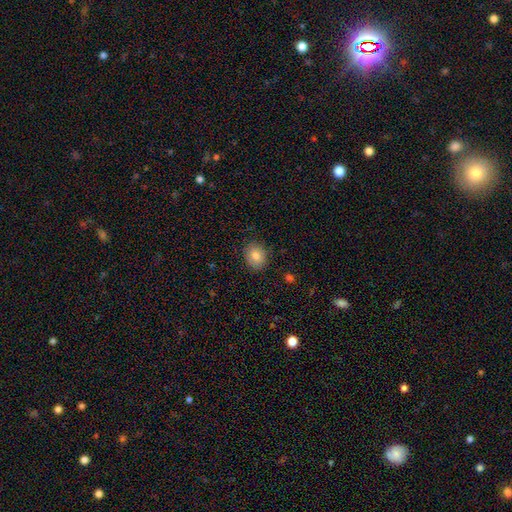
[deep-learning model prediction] smooth_or_featured: smooth (p=0.81) [alt: featured or disk p=0.11]
how_rounded: round (p=0.54) [alt: in between p=0.45]
merging: none (p=0.86) [alt: minor disturbance p=0.11]